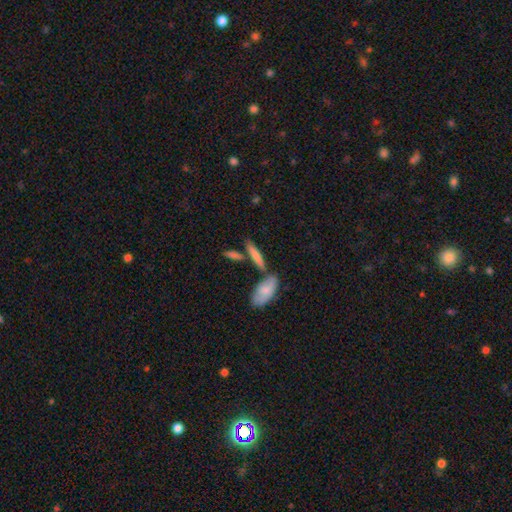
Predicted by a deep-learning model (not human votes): Smooth or featured? smooth (71%)
How rounded? cigar-shaped (74%)
Merging? none (65%)